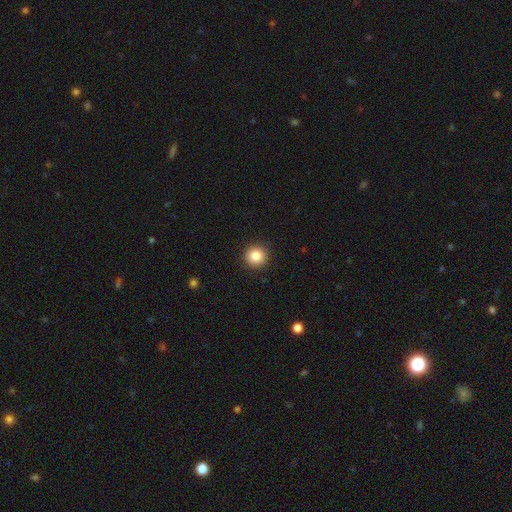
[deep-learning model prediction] Smooth or featured? smooth (86%)
How rounded? round (94%)
Merging? none (92%)